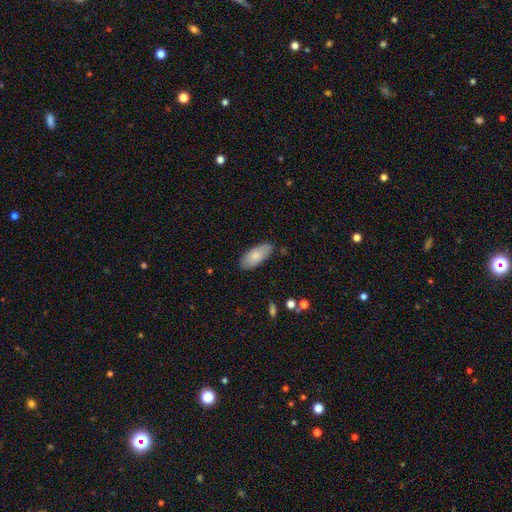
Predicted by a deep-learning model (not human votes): Smooth or featured? Predicted: smooth (p=0.79). How rounded? Predicted: in between (p=0.88). Merging? Predicted: none (p=0.79).